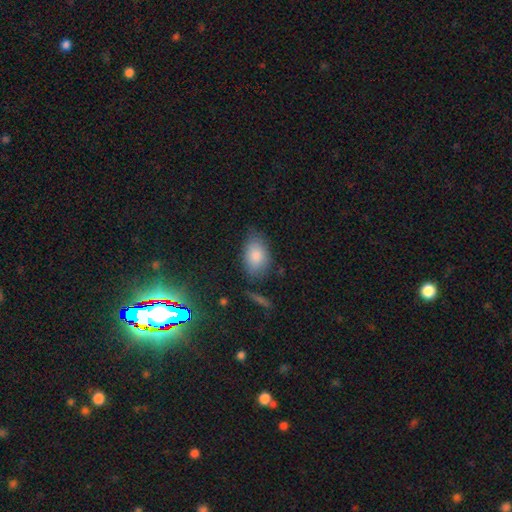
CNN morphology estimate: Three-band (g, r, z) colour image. It shows a smooth galaxy with no disk features (85%) that is in between round and cigar-shaped (89%). Merging: none (69%).